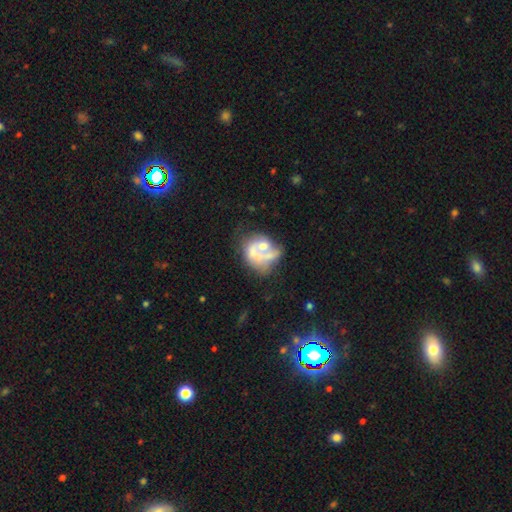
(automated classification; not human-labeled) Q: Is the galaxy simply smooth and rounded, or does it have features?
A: featured or disk — 59%.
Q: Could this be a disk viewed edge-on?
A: no — 98%.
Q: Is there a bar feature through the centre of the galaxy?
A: no — 82%.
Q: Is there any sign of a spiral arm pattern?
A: no — 64%.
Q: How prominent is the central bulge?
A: moderate — 44%.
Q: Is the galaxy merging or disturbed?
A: merger — 32%.